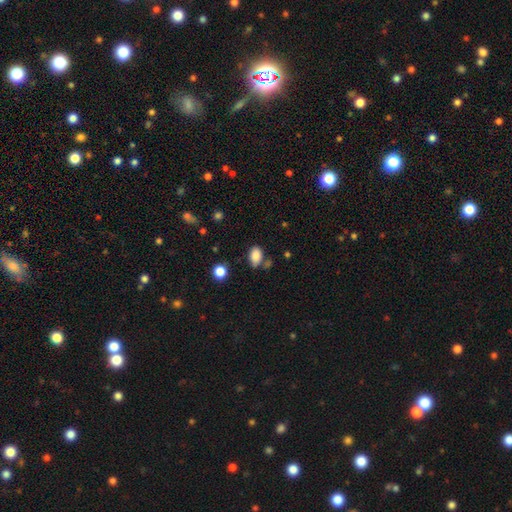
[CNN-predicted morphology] Q: Smooth or featured?
A: smooth (85%); runner-up: star or artifact (10%)
Q: How rounded?
A: in between (85%); runner-up: round (14%)
Q: Merging?
A: none (62%); runner-up: minor disturbance (21%)